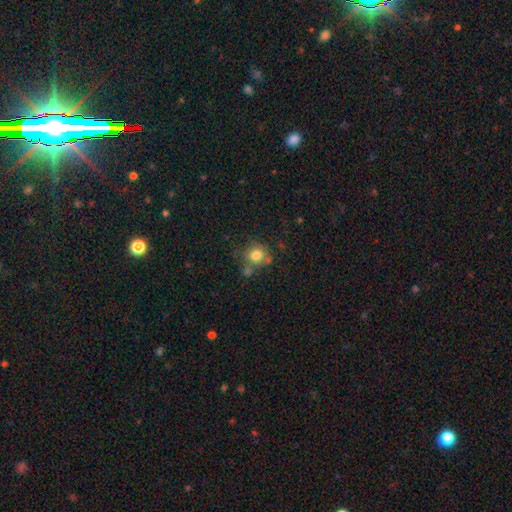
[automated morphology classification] Smooth or featured? Predicted: smooth (p=0.80). How rounded? Predicted: round (p=0.84). Merging? Predicted: none (p=0.61).